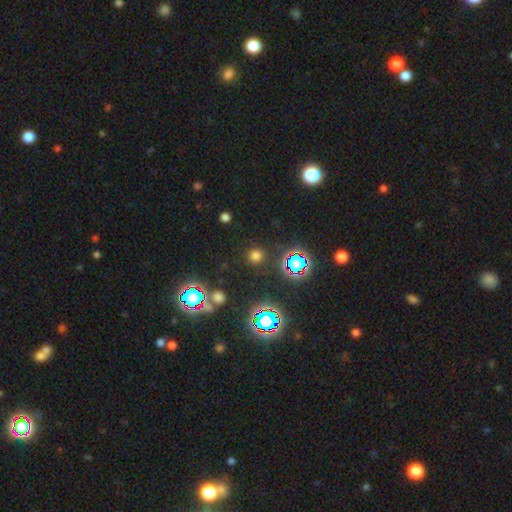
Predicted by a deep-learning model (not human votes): Smooth or featured? smooth (65%)
How rounded? round (94%)
Merging? none (89%)